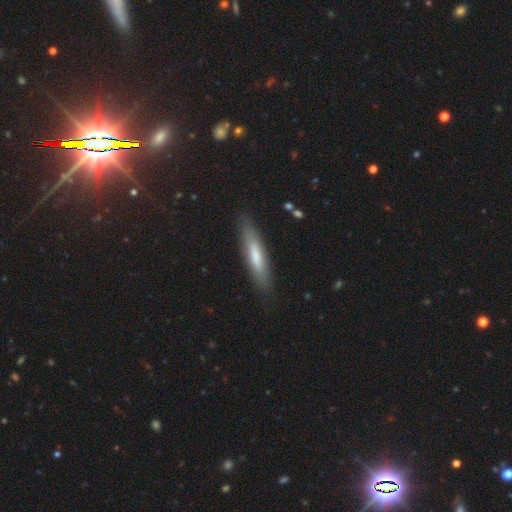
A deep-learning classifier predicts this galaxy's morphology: smooth-or-featured: smooth: 69% | featured or disk: 25% | star or artifact: 6%
  how-rounded: cigar-shaped: 79% | in between: 20% | round: 1%
  merging: none: 85% | minor disturbance: 11% | major disturbance: 3% | merger: 1%